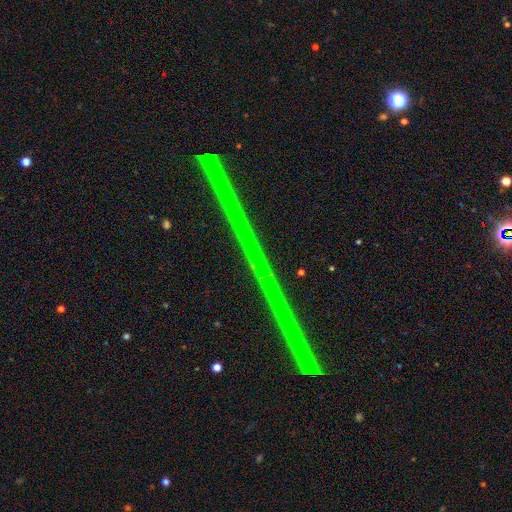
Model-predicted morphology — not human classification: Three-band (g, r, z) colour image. It shows a star or artifact, not a galaxy (69%).